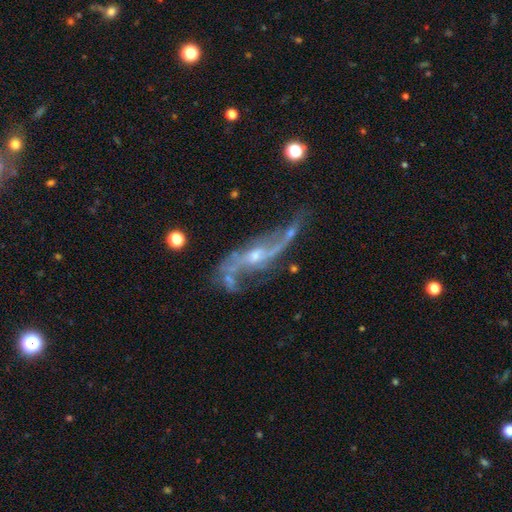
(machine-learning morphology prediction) Smooth or featured: featured or disk — 85% (star or artifact — 9%)
Edge-on disk: no — 82% (yes — 18%)
Bar: no — 53% (weak — 33%)
Spiral arms: yes — 90% (no — 10%)
Spiral winding: loose — 81% (medium — 14%)
Spiral arm count: 2 — 83% (can't tell — 6%)
Bulge size: small — 56% (moderate — 38%)
Merging: none — 49% (minor disturbance — 21%)